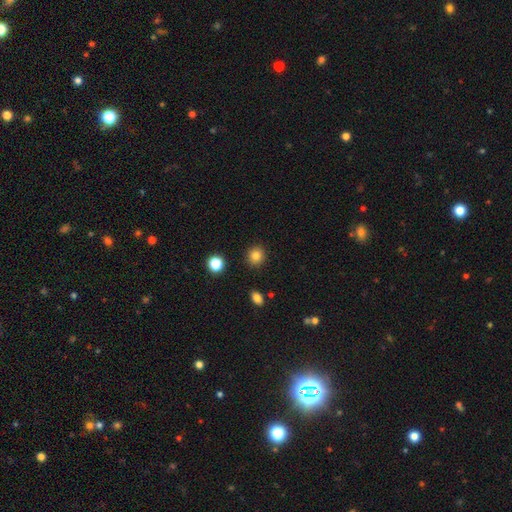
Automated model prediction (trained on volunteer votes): Smooth or featured? Predicted: smooth (p=0.83). How rounded? Predicted: round (p=0.87). Merging? Predicted: none (p=0.91).